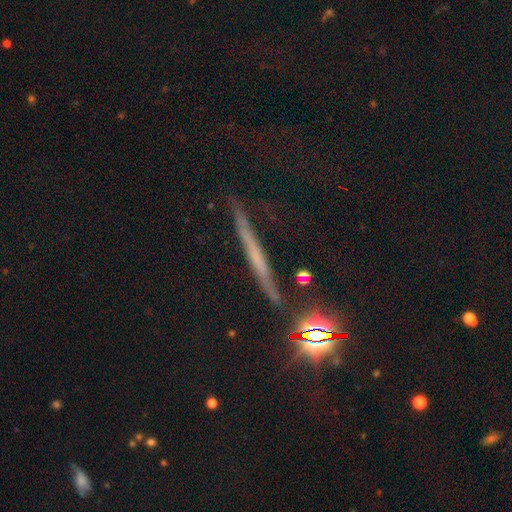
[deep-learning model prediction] Smooth or featured? Predicted: featured or disk (p=0.46). Merging? Predicted: none (p=0.83).